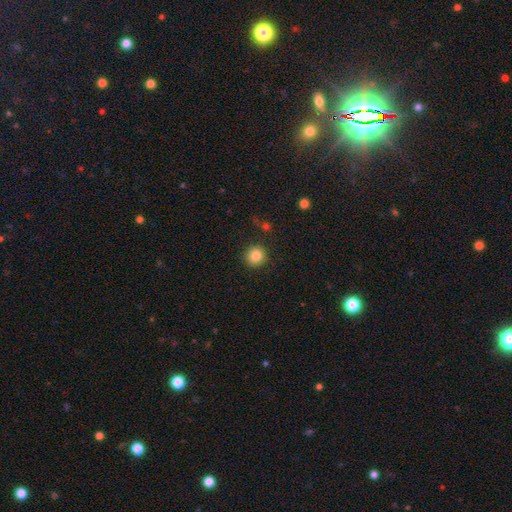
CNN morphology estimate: smooth 85%, star or artifact 10%, featured or disk 5%. Down the decision tree: how rounded — round (93%); merging — none (89%).